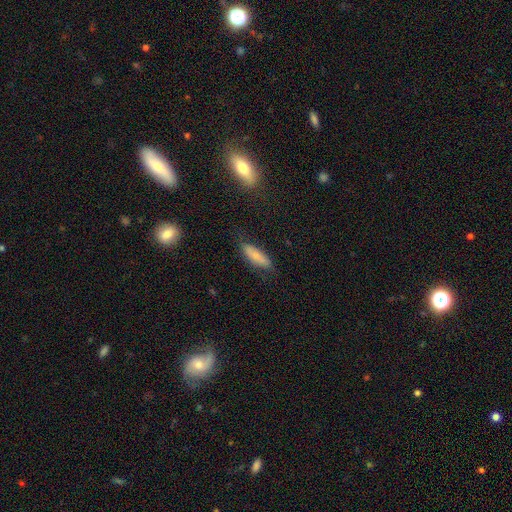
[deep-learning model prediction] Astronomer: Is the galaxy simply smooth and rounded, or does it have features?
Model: smooth — 75%.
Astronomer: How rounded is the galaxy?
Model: in between — 52% (runner-up: cigar-shaped, 46%).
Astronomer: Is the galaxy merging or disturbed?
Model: none — 71%.